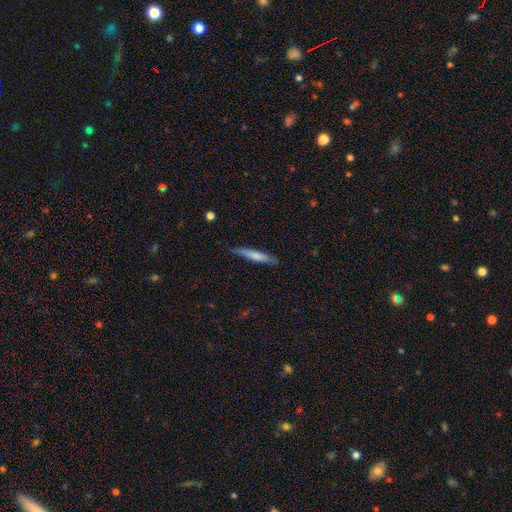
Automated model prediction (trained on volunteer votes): A smooth galaxy with no disk features (64%) that is cigar-shaped (92%). Merging: none (83%).